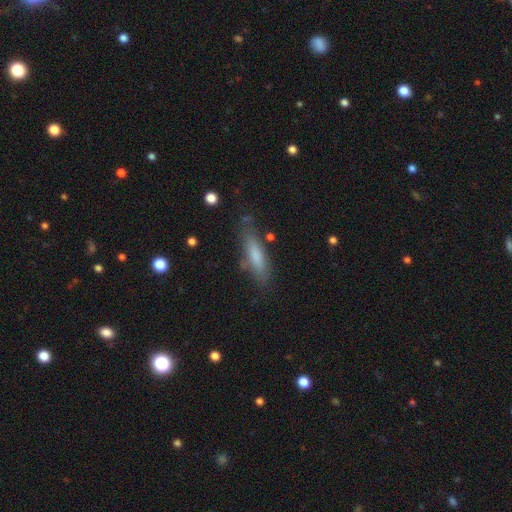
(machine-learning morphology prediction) This is likely a smooth galaxy (73%). How rounded: likely cigar-shaped (68%). Merging: likely none (76%).